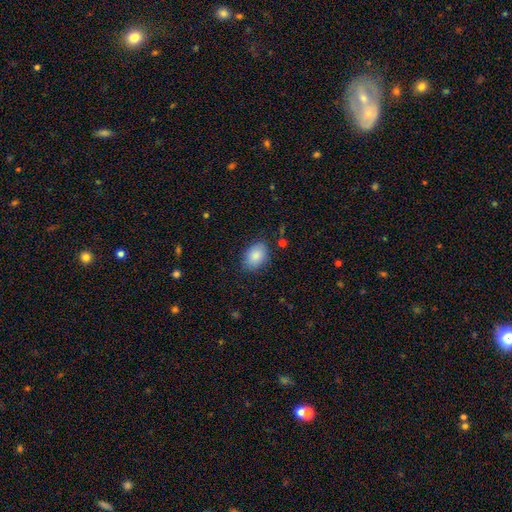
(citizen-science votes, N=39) This appears to be a smooth galaxy with no disk features (85%) that is in between round and cigar-shaped (94%). Merging: none (78%).